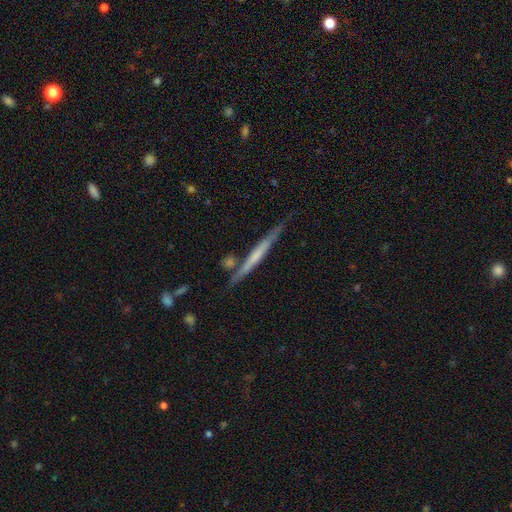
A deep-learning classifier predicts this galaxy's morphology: This appears to be a featured or disk galaxy (58%) viewed edge-on (96%) with no central bulge (70%). Merging: none (79%).